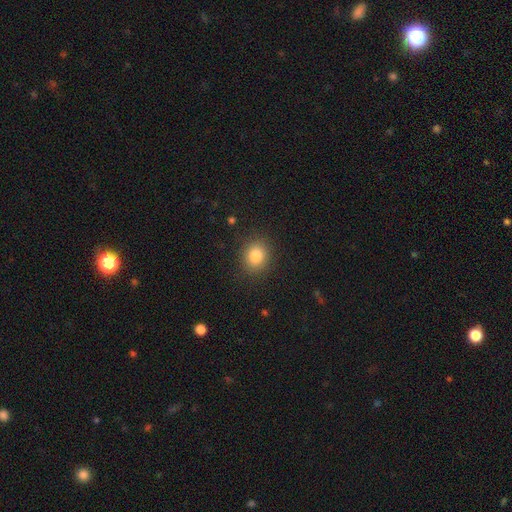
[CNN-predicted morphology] Smooth or featured? smooth (83%)
How rounded? round (71%)
Merging? none (88%)